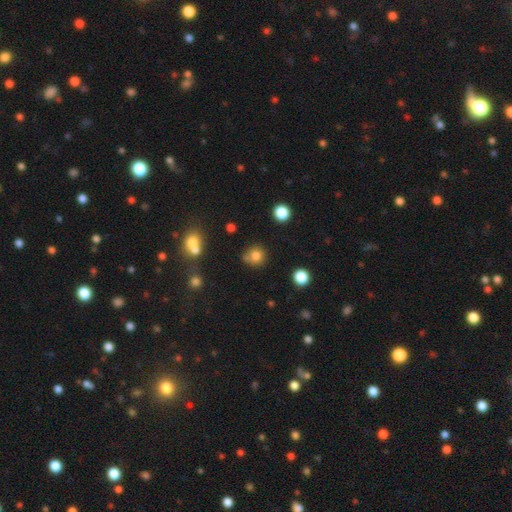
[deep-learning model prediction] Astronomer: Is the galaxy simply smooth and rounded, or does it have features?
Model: smooth — 79%.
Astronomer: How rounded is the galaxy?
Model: round — 89%.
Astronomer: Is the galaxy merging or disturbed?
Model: none — 67%.